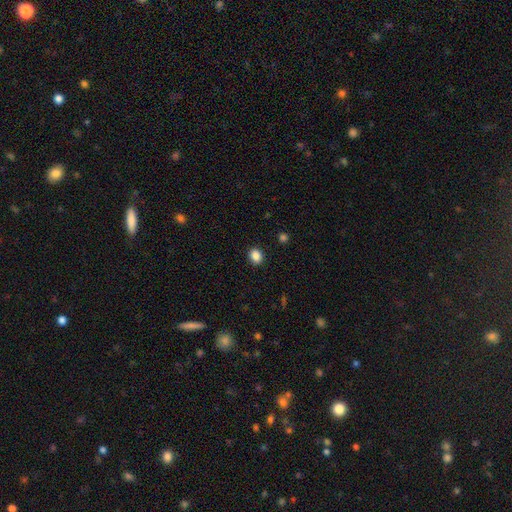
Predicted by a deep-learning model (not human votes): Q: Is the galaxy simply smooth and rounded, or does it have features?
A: smooth — 87%.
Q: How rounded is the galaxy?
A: round — 53%.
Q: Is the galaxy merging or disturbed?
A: none — 90%.